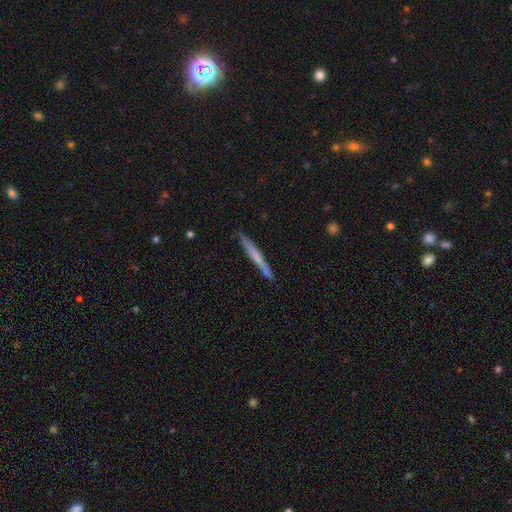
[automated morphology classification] smooth_or_featured: smooth (p=0.52) [alt: featured or disk p=0.42]
how_rounded: cigar-shaped (p=0.97) [alt: in between p=0.02]
merging: none (p=0.85) [alt: minor disturbance p=0.10]